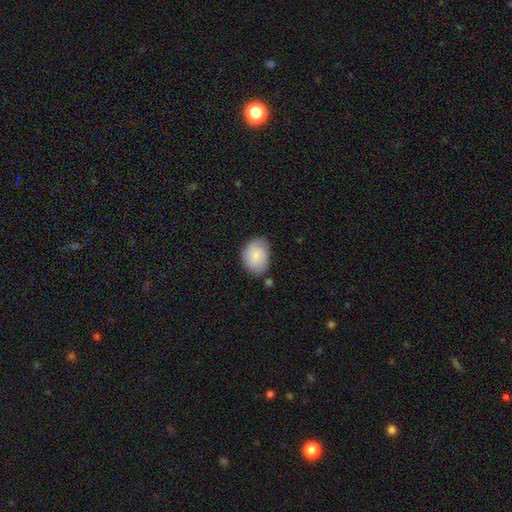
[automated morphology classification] Smooth or featured?
  - smooth: 81% *
  - featured or disk: 13%
  - star or artifact: 6%
How rounded?
  - in between: 70% *
  - round: 29%
  - cigar-shaped: 1%
Merging?
  - none: 67% *
  - minor disturbance: 23%
  - major disturbance: 5%
  - merger: 5%